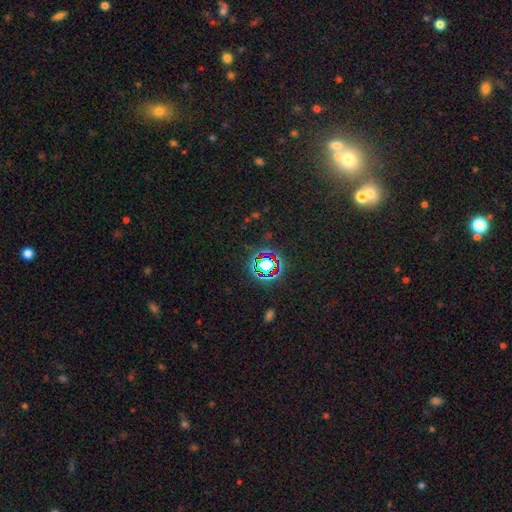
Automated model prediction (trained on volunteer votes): This is likely a star or artifact rather than a galaxy (75%).